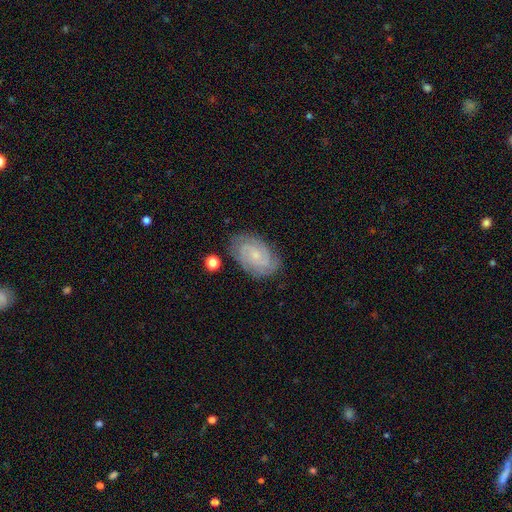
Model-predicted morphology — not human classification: This is clearly a featured or disk galaxy (80%). It is clearly not viewed edge-on (97%). Bar: likely no (67%). Spiral arm pattern: clearly yes (96%). Spiral arm count: marginally 2 (31%). Spiral winding: likely tight (70%). Central bulge: likely small (76%). Merging: likely none (80%).